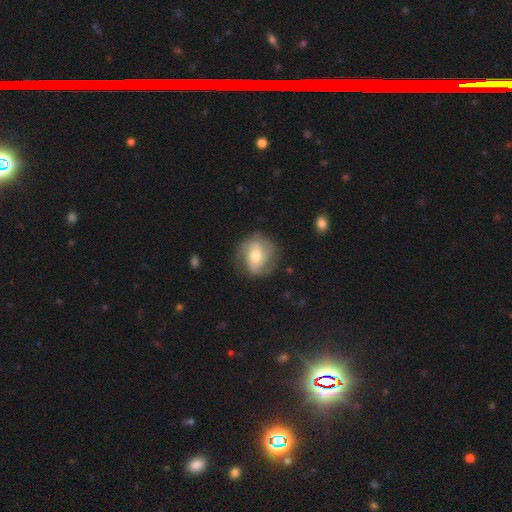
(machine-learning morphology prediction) type=featured or disk (59%); edge-on=no (96%); bar=no (45%); spiral arms=yes (80%); bulge=moderate (67%); merging=none (71%).